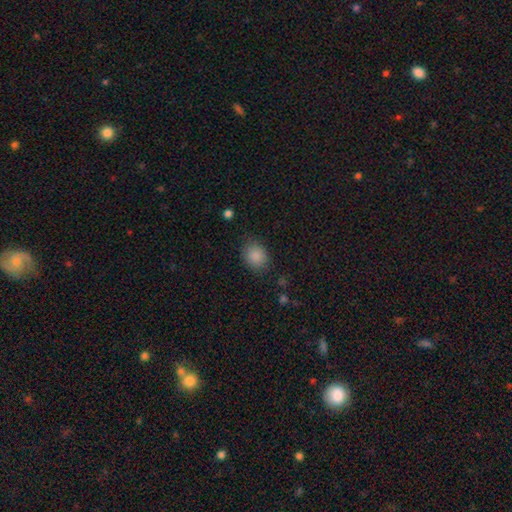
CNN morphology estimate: smooth 87%, star or artifact 9%, featured or disk 4%. Down the decision tree: how rounded — round (57%); merging — none (82%).